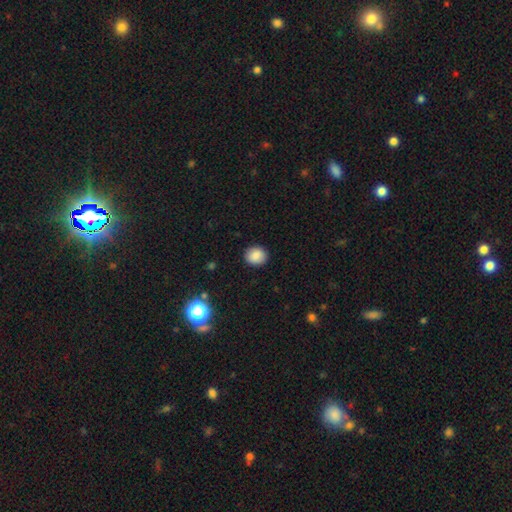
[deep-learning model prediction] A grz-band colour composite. It shows a smooth galaxy with no disk features (86%) that is round (73%). Merging: none (90%).